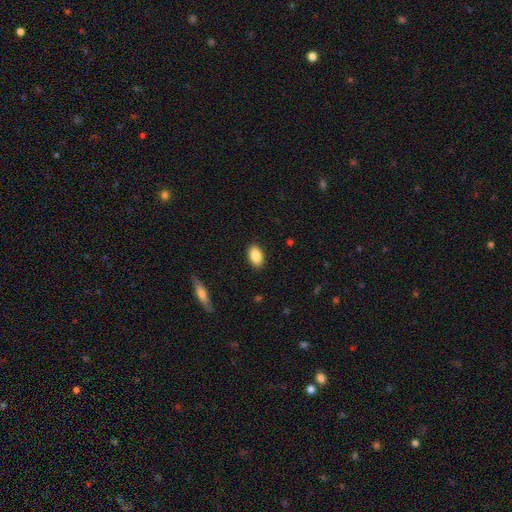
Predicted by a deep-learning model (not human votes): smooth_or_featured: smooth (p=0.88) [alt: star or artifact p=0.07]
how_rounded: in between (p=0.91) [alt: round p=0.07]
merging: none (p=0.88) [alt: minor disturbance p=0.09]